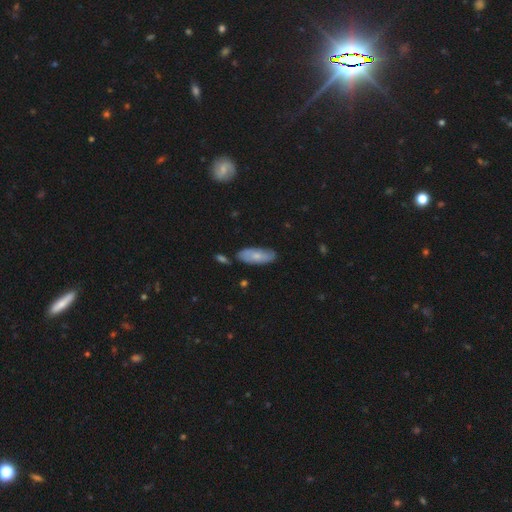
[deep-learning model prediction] Overall: smooth (65%; featured or disk 29%). How rounded: in between (78%). Merging: none (78%).